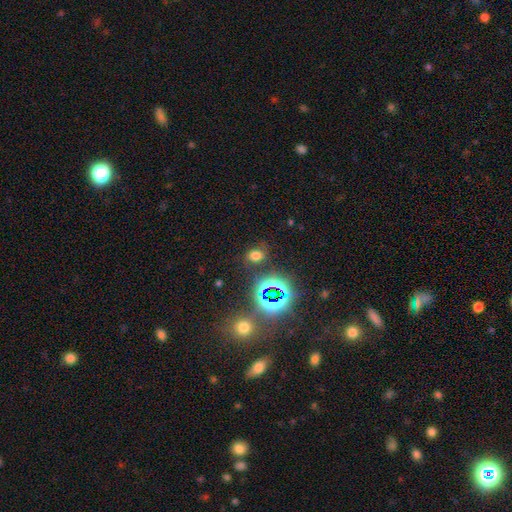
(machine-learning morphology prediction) smooth-or-featured: smooth: 59% | star or artifact: 33% | featured or disk: 7%
  how-rounded: in between: 58% | round: 41% | cigar-shaped: 2%
  merging: none: 78% | minor disturbance: 13% | major disturbance: 5% | merger: 4%